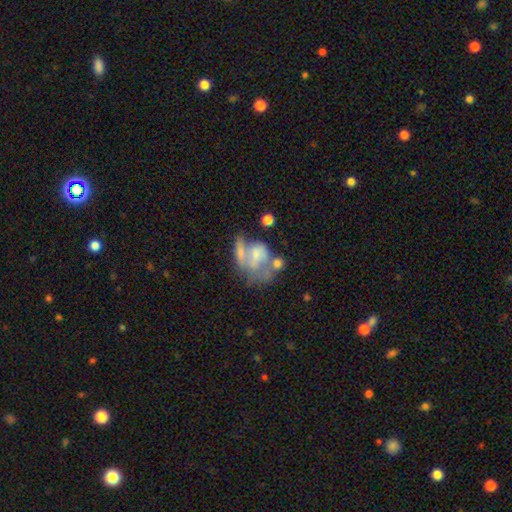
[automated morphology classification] A featured or disk galaxy (49%).

Vote fractions:
- Smooth or featured? featured or disk: 49% / smooth: 42% / star or artifact: 10%
- Merging? merger: 39% / major disturbance: 28% / none: 19% / minor disturbance: 14%